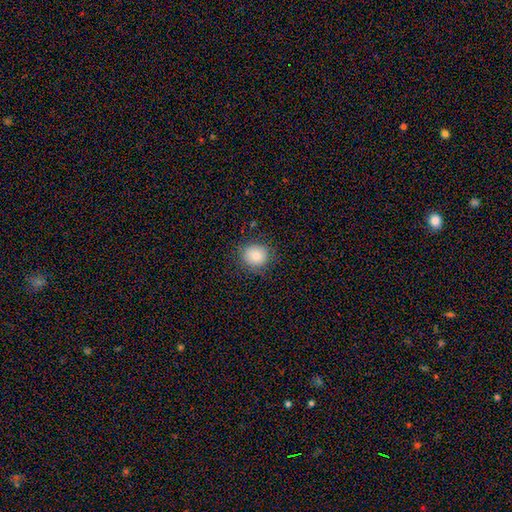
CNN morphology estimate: This is clearly a smooth galaxy (81%). How rounded: clearly round (84%). Merging: clearly none (84%).